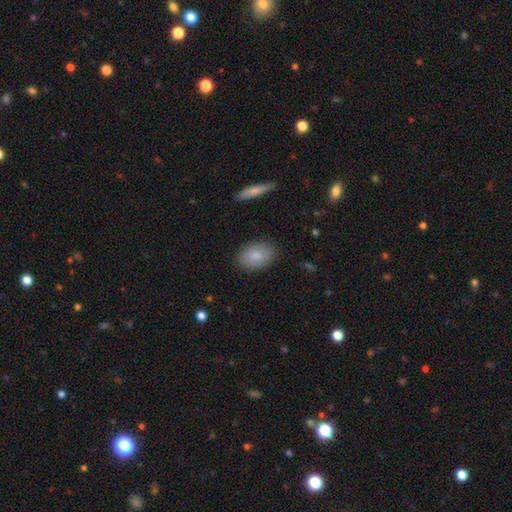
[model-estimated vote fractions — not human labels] Q: Smooth or featured?
A: smooth (85%); runner-up: featured or disk (9%)
Q: How rounded?
A: in between (86%); runner-up: round (13%)
Q: Merging?
A: none (87%); runner-up: minor disturbance (9%)